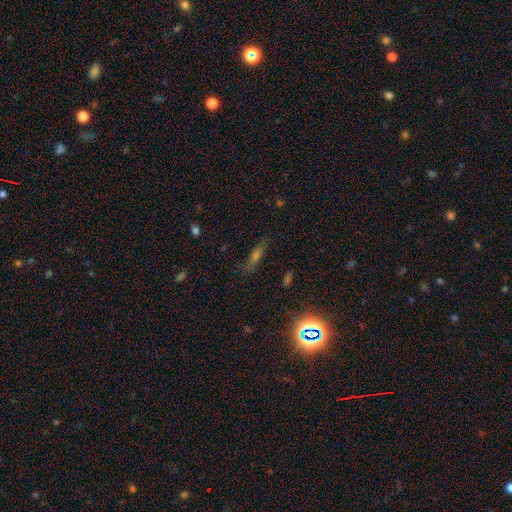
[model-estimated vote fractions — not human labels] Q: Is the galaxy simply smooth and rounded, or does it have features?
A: featured or disk — 37%.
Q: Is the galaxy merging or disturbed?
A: none — 80%.